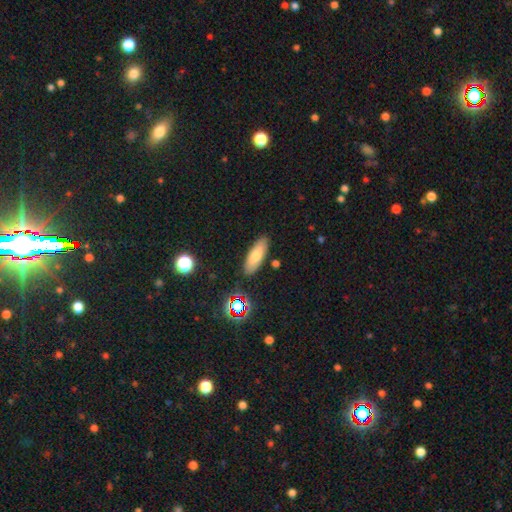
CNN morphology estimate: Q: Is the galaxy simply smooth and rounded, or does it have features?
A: smooth — 74%.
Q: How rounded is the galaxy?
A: in between — 63%.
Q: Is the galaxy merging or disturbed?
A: none — 87%.